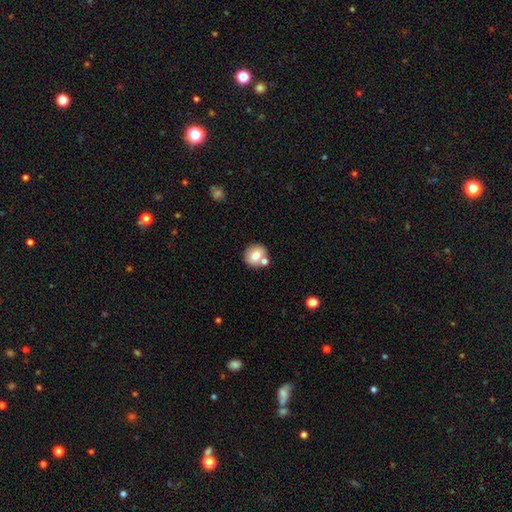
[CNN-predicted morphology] A smooth galaxy with no disk features (75%) that is round (78%). Merging: none (64%).